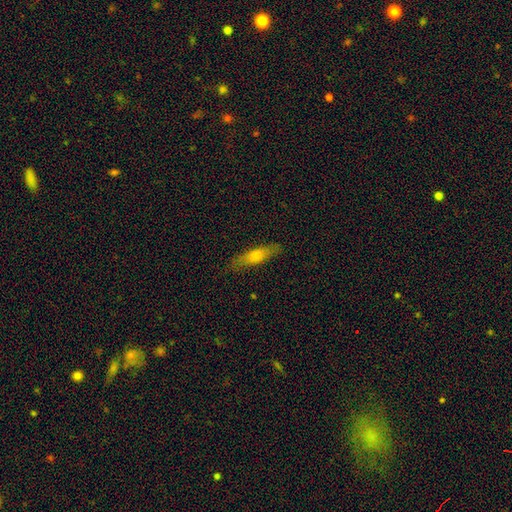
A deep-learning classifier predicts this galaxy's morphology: A smooth galaxy with no disk features (60%) that is cigar-shaped (69%).

Vote fractions:
- Smooth or featured? smooth: 60% / featured or disk: 34% / star or artifact: 6%
- How rounded? cigar-shaped: 69% / in between: 29% / round: 2%
- Merging? none: 85% / minor disturbance: 12% / major disturbance: 2% / merger: 1%